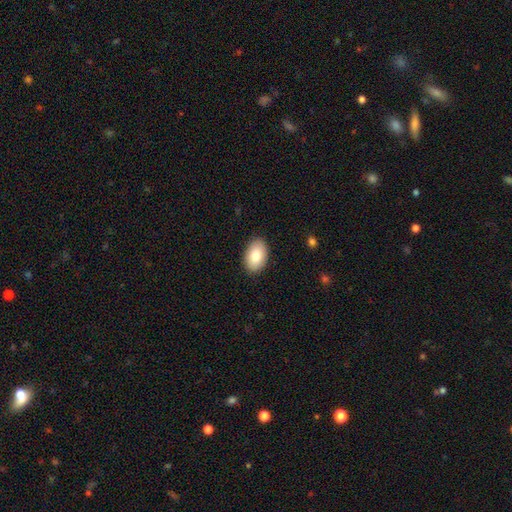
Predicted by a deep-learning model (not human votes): The model was most divided on "smooth or featured": smooth: 83%, featured or disk: 10%, star or artifact: 7%. More confident: how rounded — in between (91%); merging — none (89%).